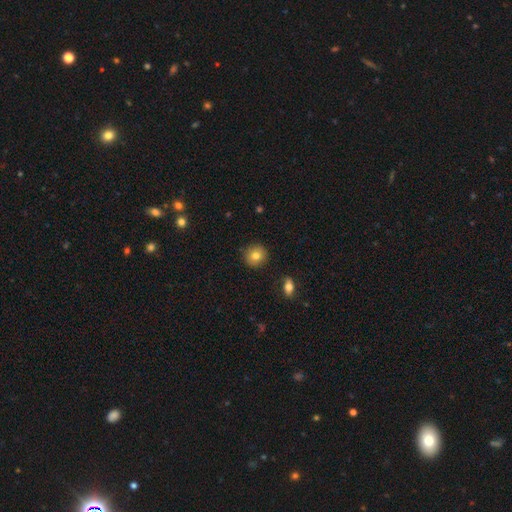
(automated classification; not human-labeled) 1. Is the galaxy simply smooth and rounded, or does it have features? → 80% smooth, 10% featured or disk, 10% star or artifact.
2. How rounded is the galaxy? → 91% round, 8% in between, 1% cigar-shaped.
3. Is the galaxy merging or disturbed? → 90% none, 7% minor disturbance, 2% major disturbance, 2% merger.